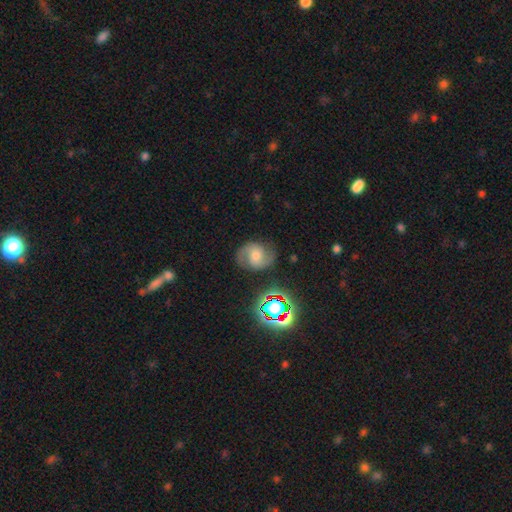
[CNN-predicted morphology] A featured or disk galaxy (72%) with no bar (52%), 2 (91%) medium (55%) spiral arms (95%) and a moderate central bulge (57%).

Vote fractions:
- Smooth or featured? featured or disk: 72% / smooth: 16% / star or artifact: 12%
- Edge-on disk? no: 98% / yes: 2%
- Bar? no: 52% / weak: 37% / strong: 11%
- Spiral arms? yes: 95% / no: 5%
- Spiral winding? medium: 55% / tight: 24% / loose: 21%
- Spiral arm count? 2: 91% / can't tell: 4% / 1: 2% / 3: 1% / 4: 1% / more than 4: 1%
- Bulge size? moderate: 57% / small: 29% / large: 8% / none: 4% / dominant: 2%
- Merging? none: 78% / minor disturbance: 15% / major disturbance: 6% / merger: 2%